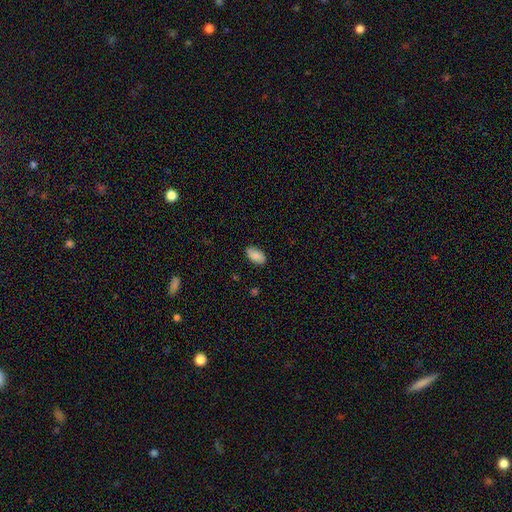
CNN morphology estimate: Smooth or featured? Predicted: smooth (p=0.87). How rounded? Predicted: in between (p=0.95). Merging? Predicted: none (p=0.86).